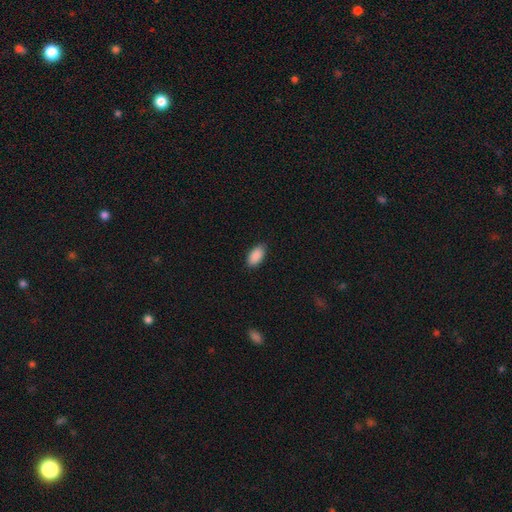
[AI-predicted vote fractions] Morphology: type=smooth (90%); roundness=in between (94%); merging=none (86%).